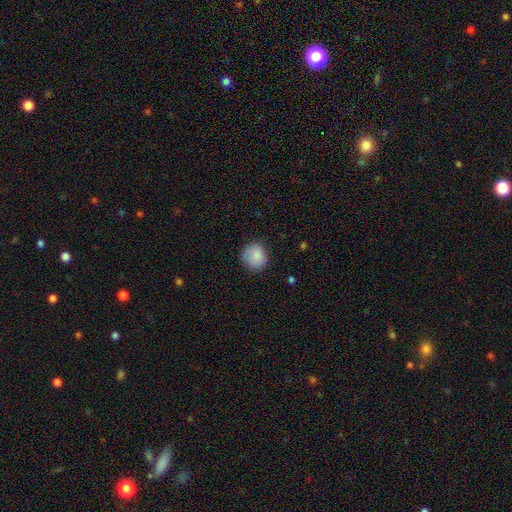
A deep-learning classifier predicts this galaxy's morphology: Smooth or featured? Predicted: smooth (p=0.86). How rounded? Predicted: round (p=0.86). Merging? Predicted: none (p=0.80).